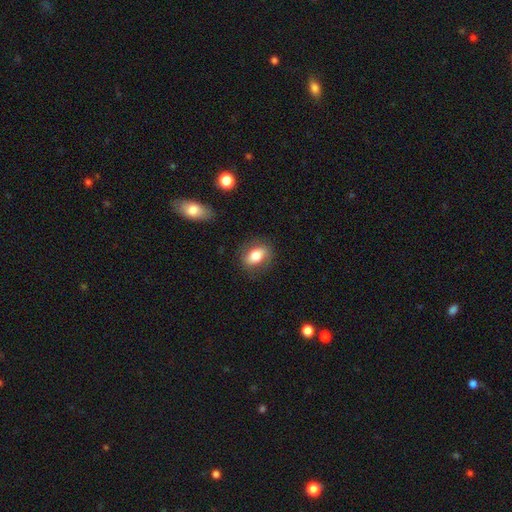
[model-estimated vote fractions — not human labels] smooth 73%, featured or disk 19%, star or artifact 7%. Down the decision tree: how rounded — in between (81%); merging — none (81%).